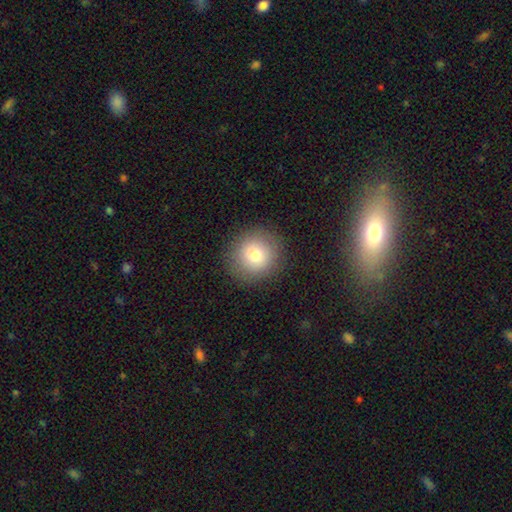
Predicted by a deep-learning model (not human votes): This appears to be a smooth galaxy with no disk features (78%) that is round (87%). Merging: none (87%).